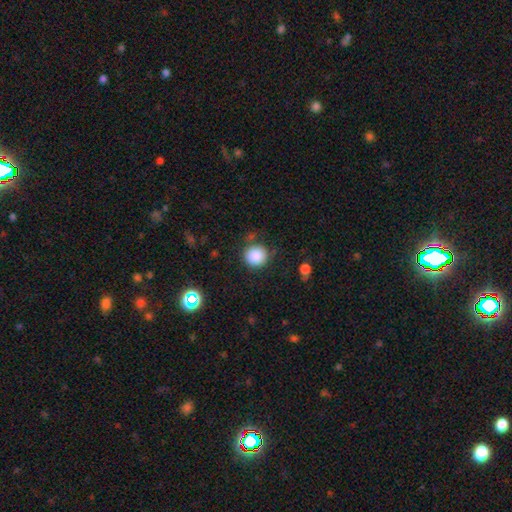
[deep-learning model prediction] smooth-or-featured: smooth: 86% | star or artifact: 10% | featured or disk: 4%
  how-rounded: round: 93% | in between: 6% | cigar-shaped: 1%
  merging: none: 80% | minor disturbance: 12% | major disturbance: 4% | merger: 3%